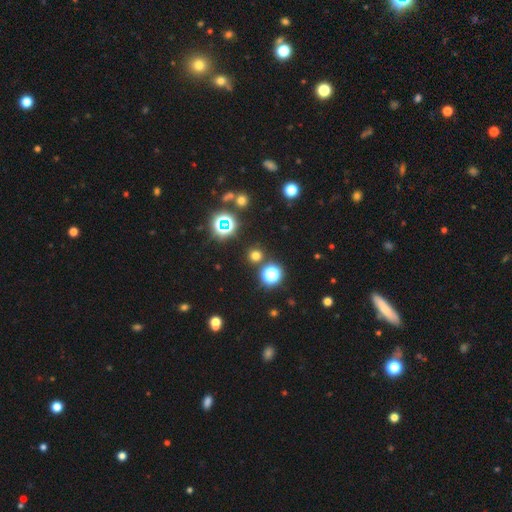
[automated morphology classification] A smooth galaxy with no disk features (62%) that is round (93%). Merging: none (86%).